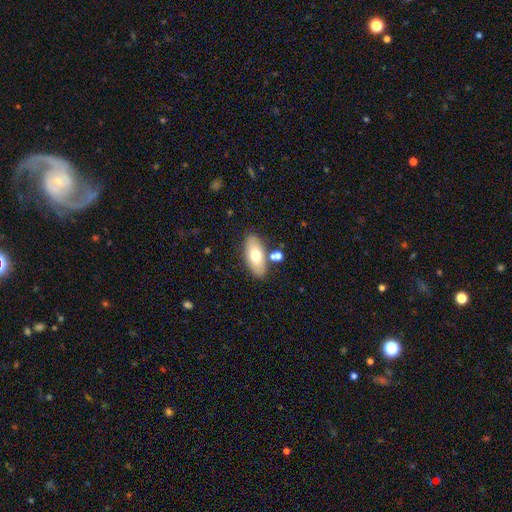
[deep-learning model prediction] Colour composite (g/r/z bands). It shows a smooth galaxy with no disk features (69%) that is in between round and cigar-shaped (85%). Merging: none (76%).